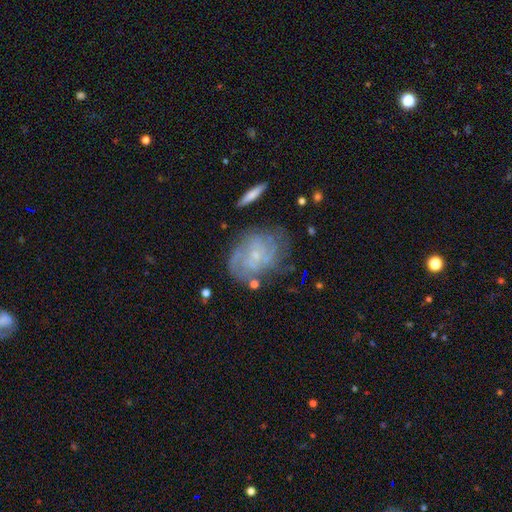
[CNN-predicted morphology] featured or disk 75%, smooth 17%, star or artifact 8%. Down the decision tree: edge-on disk — no (97%); bar — no (72%); spiral arms — yes (85%); spiral arm count — can't tell (50%); spiral winding — tight (60%); bulge size — small (78%); merging — none (62%).